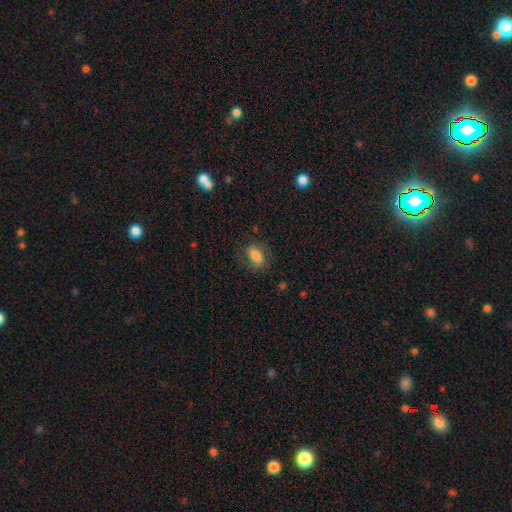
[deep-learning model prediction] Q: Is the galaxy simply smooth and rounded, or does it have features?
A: smooth — 75%.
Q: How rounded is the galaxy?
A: in between — 85%.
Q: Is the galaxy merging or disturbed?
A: none — 72%.